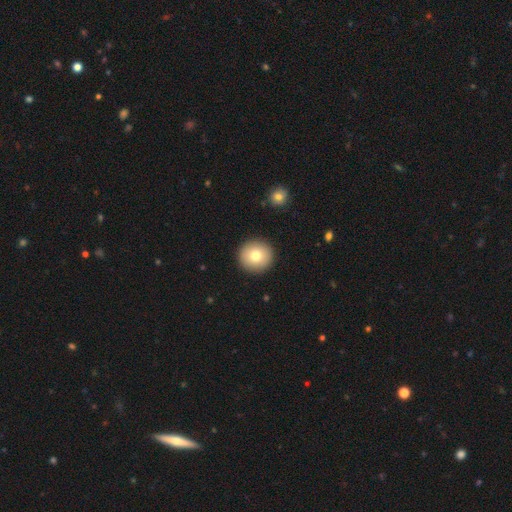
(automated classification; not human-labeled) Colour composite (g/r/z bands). It shows a smooth galaxy with no disk features (77%) that is round (94%). Merging: none (92%).